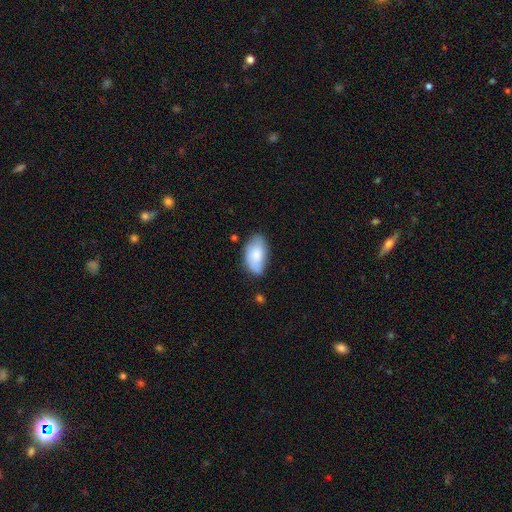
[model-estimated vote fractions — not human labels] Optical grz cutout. It shows a smooth galaxy with no disk features (74%) that is in between round and cigar-shaped (94%). Merging: none (65%).